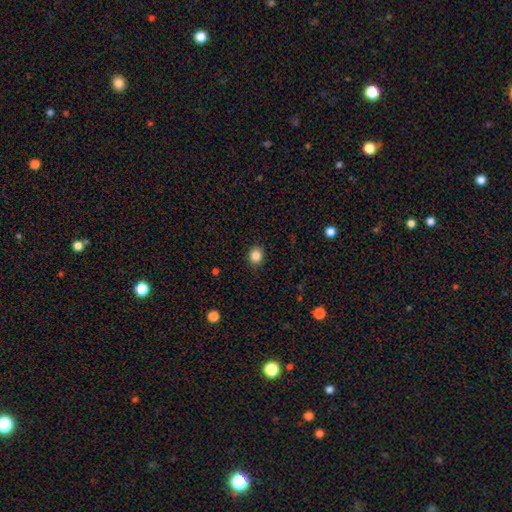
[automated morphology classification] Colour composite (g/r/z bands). It shows a smooth galaxy with no disk features (86%) that is round (67%). Merging: none (89%).